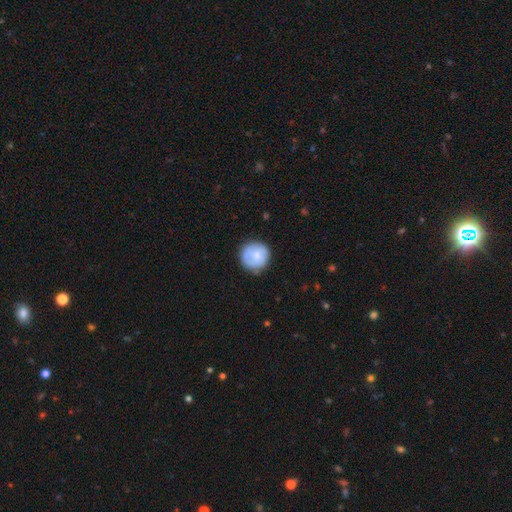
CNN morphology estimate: A smooth galaxy with no disk features (72%) that is round (93%).

Vote fractions:
- Smooth or featured? smooth: 72% / featured or disk: 22% / star or artifact: 6%
- How rounded? round: 93% / in between: 6% / cigar-shaped: 1%
- Merging? none: 80% / minor disturbance: 15% / major disturbance: 4% / merger: 1%